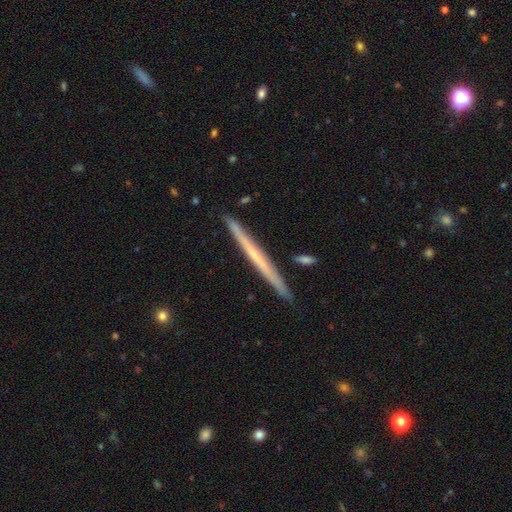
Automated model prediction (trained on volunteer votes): Smooth or featured?
  - featured or disk: 56% *
  - smooth: 38%
  - star or artifact: 6%
Edge-on disk?
  - yes: 97% *
  - no: 3%
Edge-on bulge?
  - none: 82% *
  - rounded: 14%
  - boxy: 4%
Merging?
  - none: 90% *
  - minor disturbance: 7%
  - merger: 2%
  - major disturbance: 1%